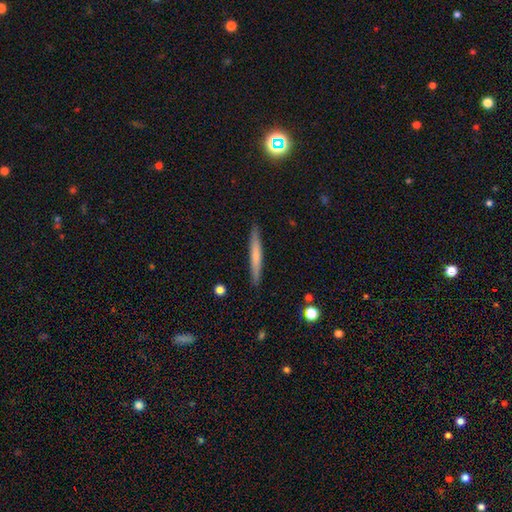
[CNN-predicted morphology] Smooth or featured?
  - smooth: 60% *
  - featured or disk: 34%
  - star or artifact: 6%
How rounded?
  - cigar-shaped: 96% *
  - in between: 3%
  - round: 1%
Merging?
  - none: 91% *
  - minor disturbance: 7%
  - major disturbance: 1%
  - merger: 1%